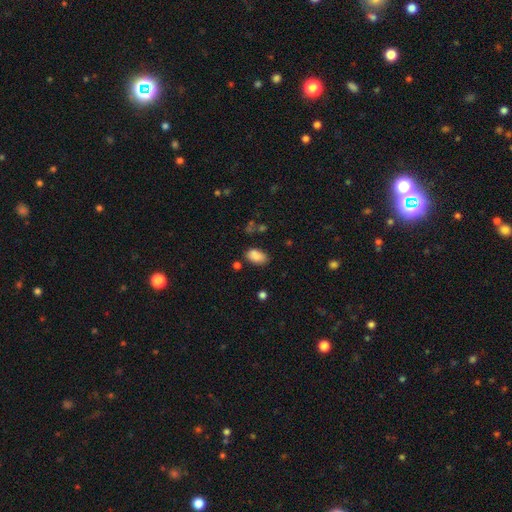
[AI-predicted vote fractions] Smooth or featured: smooth — 86% (star or artifact — 9%)
How rounded: in between — 92% (round — 6%)
Merging: none — 71% (minor disturbance — 19%)